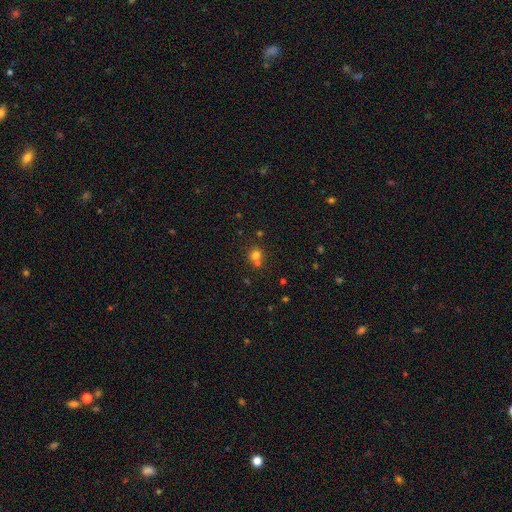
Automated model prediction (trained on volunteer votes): The model was most divided on "merging": none: 55%, merger: 36%, minor disturbance: 6%, major disturbance: 3%. More confident: how rounded — round (90%); smooth or featured — smooth (72%).